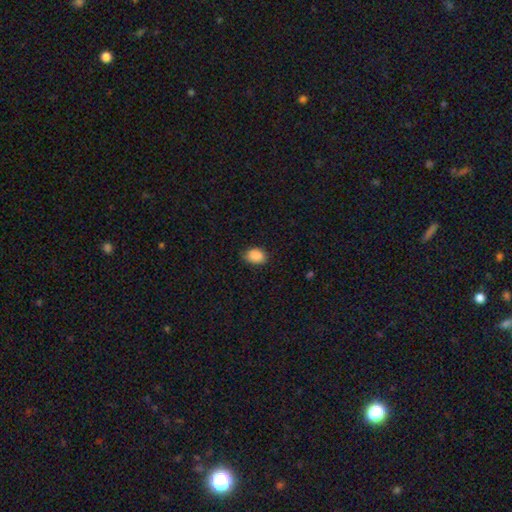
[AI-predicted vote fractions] smooth-or-featured: smooth: 89% | star or artifact: 8% | featured or disk: 3%
  how-rounded: in between: 74% | round: 25% | cigar-shaped: 1%
  merging: none: 77% | minor disturbance: 19% | major disturbance: 3% | merger: 1%